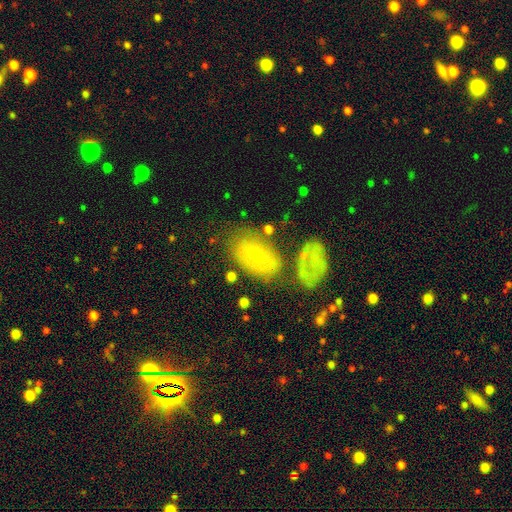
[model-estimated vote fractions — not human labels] smooth_or_featured: smooth (p=0.50) [alt: featured or disk p=0.40]
how_rounded: in between (p=0.85) [alt: round p=0.13]
merging: none (p=0.57) [alt: minor disturbance p=0.19]